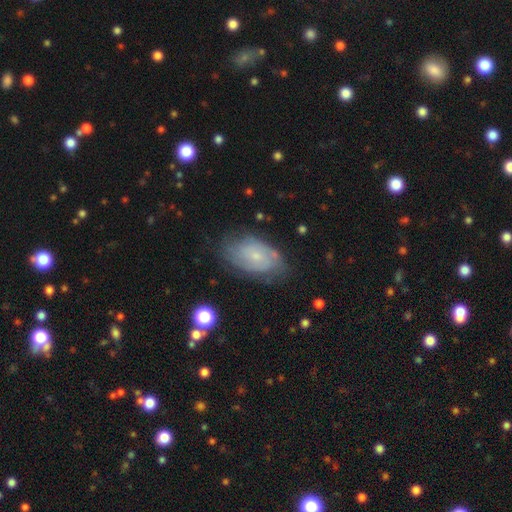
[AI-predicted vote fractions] This appears to be a featured or disk galaxy (56%) with no bar (75%), spiral arms (79%) and a small central bulge (75%). Merging: none (69%).